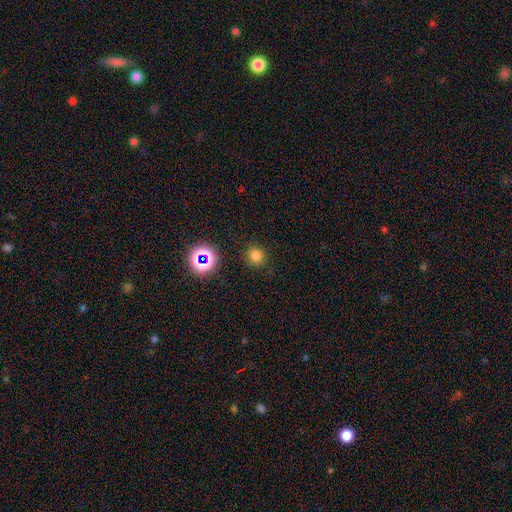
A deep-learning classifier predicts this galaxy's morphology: Smooth or featured?
  - smooth: 74% *
  - star or artifact: 20%
  - featured or disk: 6%
How rounded?
  - round: 89% *
  - in between: 10%
  - cigar-shaped: 1%
Merging?
  - none: 87% *
  - minor disturbance: 8%
  - major disturbance: 3%
  - merger: 2%